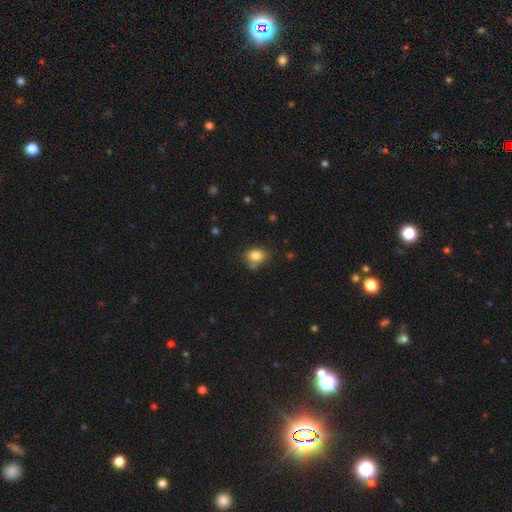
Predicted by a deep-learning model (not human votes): Morphology: type=smooth (82%); roundness=in between (62%); merging=none (64%).